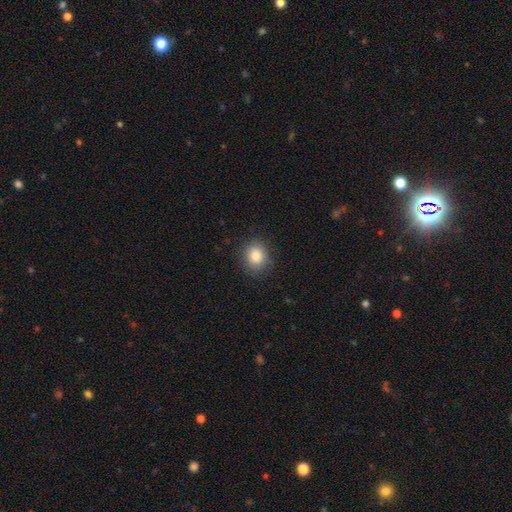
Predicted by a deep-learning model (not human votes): smooth 86%, star or artifact 9%, featured or disk 6%. Down the decision tree: how rounded — round (67%); merging — none (85%).